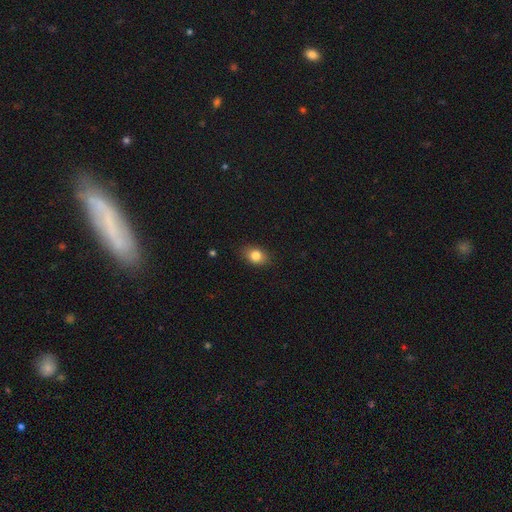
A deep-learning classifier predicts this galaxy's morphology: Smooth or featured: smooth — 83% (star or artifact — 10%)
How rounded: in between — 66% (round — 33%)
Merging: none — 84% (minor disturbance — 12%)